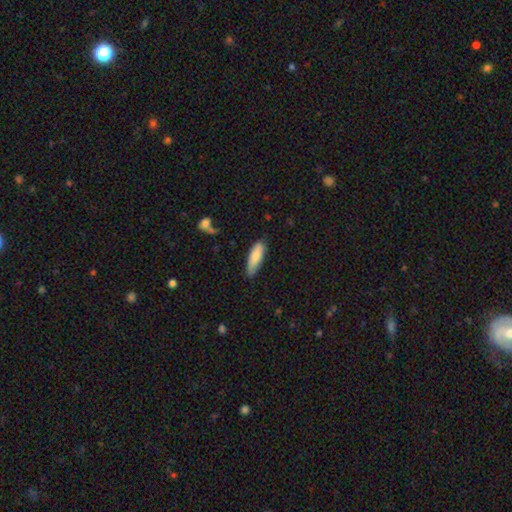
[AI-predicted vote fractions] smooth 79%, featured or disk 15%, star or artifact 6%. Down the decision tree: how rounded — in between (59%); merging — none (72%).